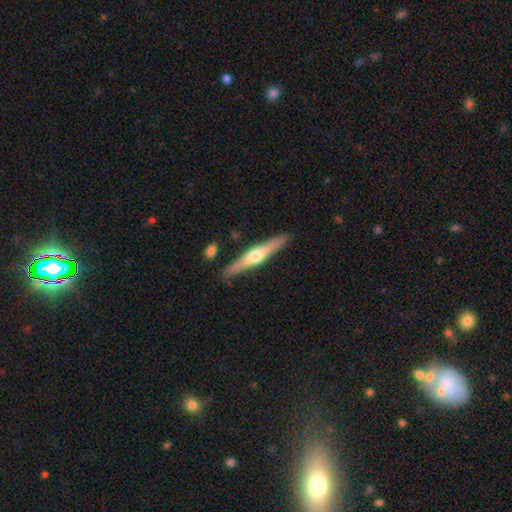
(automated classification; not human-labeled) The model was most divided on "smooth or featured": featured or disk: 63%, smooth: 32%, star or artifact: 5%. More confident: edge-on disk — yes (96%); edge-on bulge — rounded (89%); merging — none (85%).